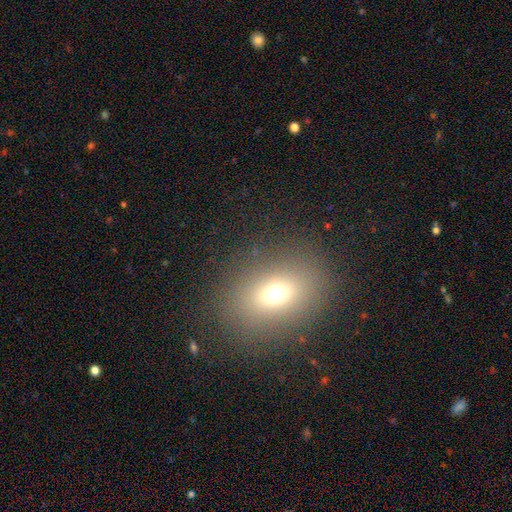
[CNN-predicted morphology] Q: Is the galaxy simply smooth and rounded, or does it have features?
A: smooth — 67%.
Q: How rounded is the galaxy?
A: in between — 68%.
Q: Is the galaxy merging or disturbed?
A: none — 87%.